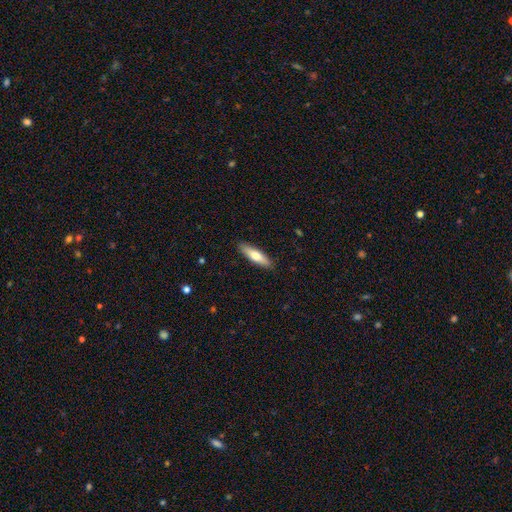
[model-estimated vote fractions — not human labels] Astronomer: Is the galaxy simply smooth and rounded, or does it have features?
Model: smooth — 68%.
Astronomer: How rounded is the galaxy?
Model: cigar-shaped — 63%.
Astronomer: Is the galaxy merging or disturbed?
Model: none — 90%.